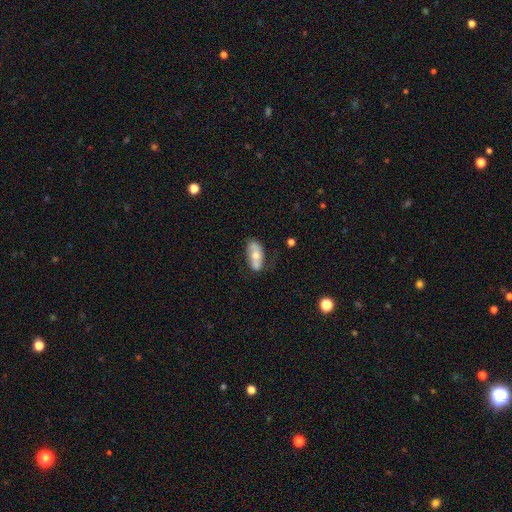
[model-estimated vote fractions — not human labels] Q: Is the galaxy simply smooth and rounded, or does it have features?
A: smooth — 51%.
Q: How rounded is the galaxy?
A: in between — 87%.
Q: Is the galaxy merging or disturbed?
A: none — 62%.